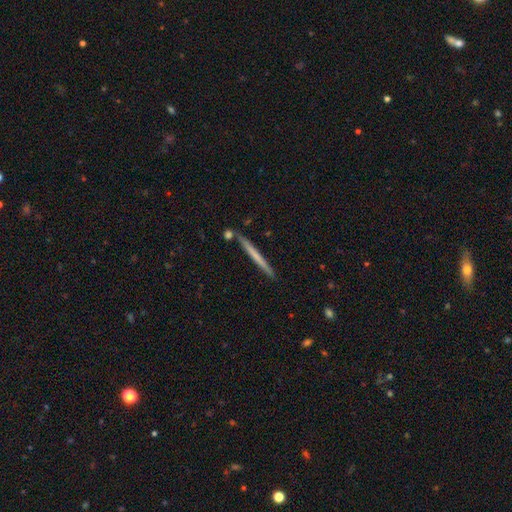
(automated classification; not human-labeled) This appears to be a smooth galaxy with no disk features (54%) that is cigar-shaped (97%). Merging: none (86%).